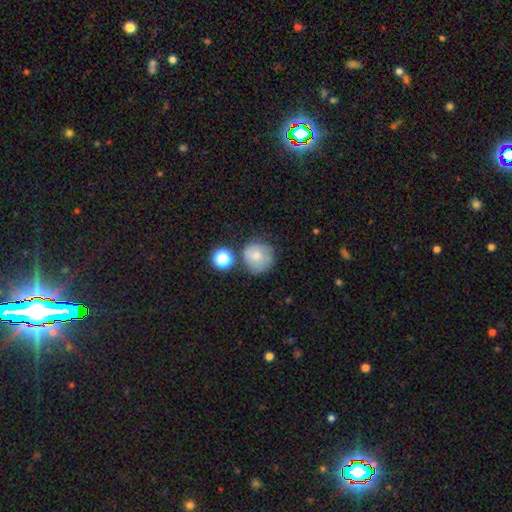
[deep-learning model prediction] Smooth or featured?
  - smooth: 70% *
  - featured or disk: 19%
  - star or artifact: 11%
How rounded?
  - round: 90% *
  - in between: 9%
  - cigar-shaped: 1%
Merging?
  - none: 60% *
  - minor disturbance: 21%
  - merger: 12%
  - major disturbance: 8%